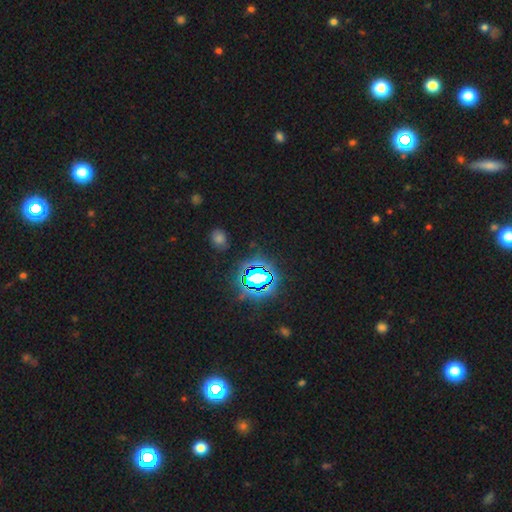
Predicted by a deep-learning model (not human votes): Q: Smooth or featured?
A: star or artifact (79%); runner-up: smooth (14%)